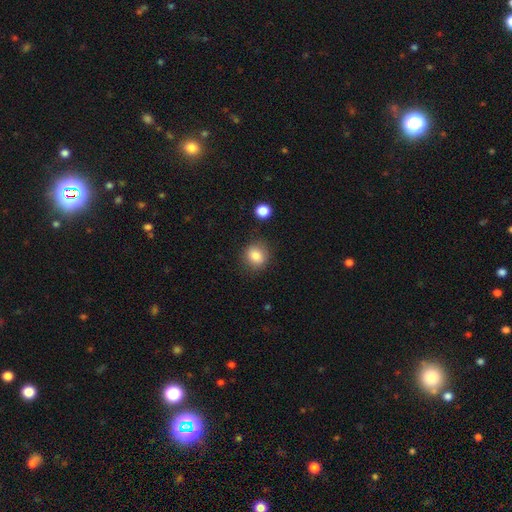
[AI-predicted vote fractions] smooth_or_featured: smooth (p=0.84) [alt: star or artifact p=0.10]
how_rounded: round (p=0.77) [alt: in between p=0.22]
merging: none (p=0.84) [alt: minor disturbance p=0.10]